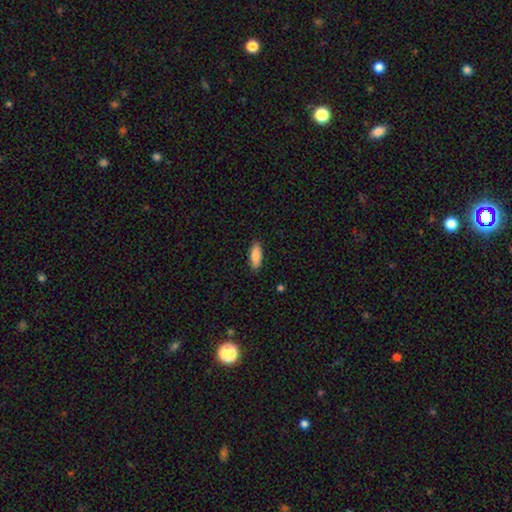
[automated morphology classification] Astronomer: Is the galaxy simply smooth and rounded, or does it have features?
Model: smooth — 85%.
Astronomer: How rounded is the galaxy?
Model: in between — 62%.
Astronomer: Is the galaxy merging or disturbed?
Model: none — 89%.